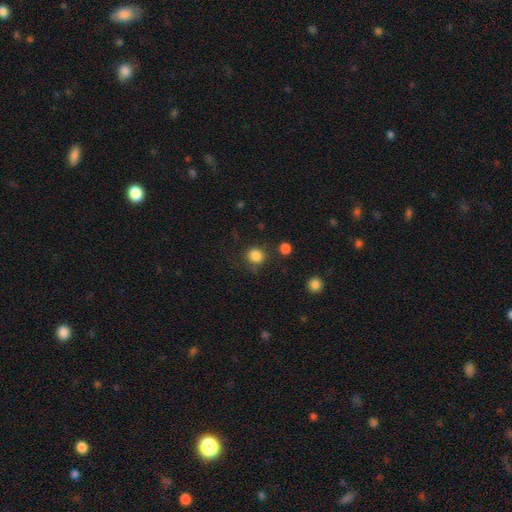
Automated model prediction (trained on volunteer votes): Smooth or featured? smooth (85%)
How rounded? round (81%)
Merging? none (78%)